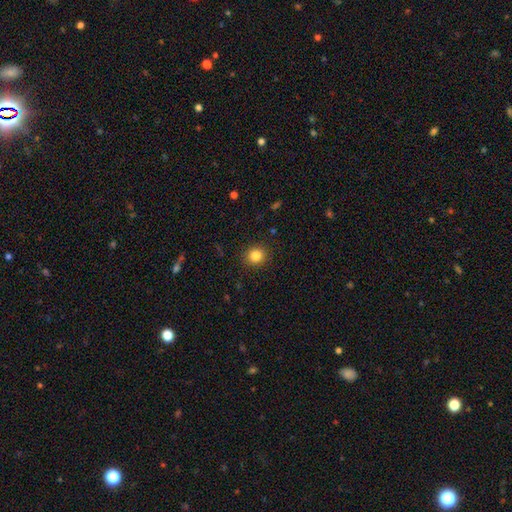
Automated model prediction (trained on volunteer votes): Smooth or featured? smooth (84%)
How rounded? round (86%)
Merging? none (91%)